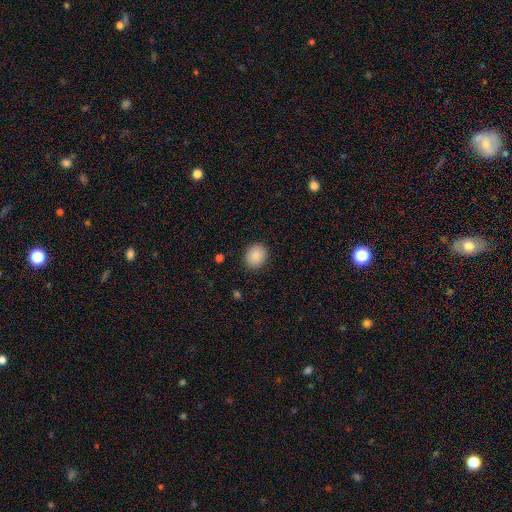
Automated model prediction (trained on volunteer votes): smooth_or_featured: smooth (p=0.86) [alt: star or artifact p=0.08]
how_rounded: round (p=0.70) [alt: in between p=0.29]
merging: none (p=0.90) [alt: minor disturbance p=0.07]